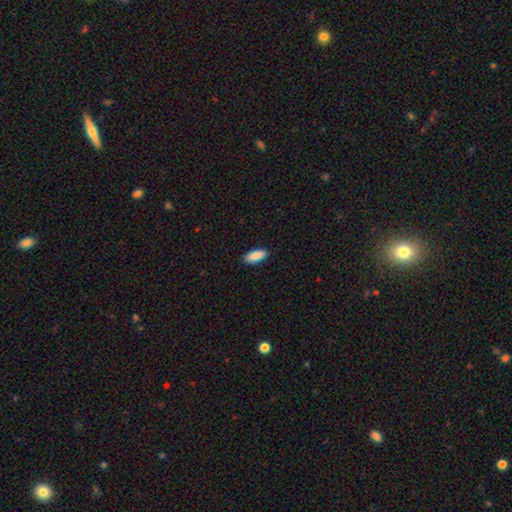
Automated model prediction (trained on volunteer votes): A smooth galaxy with no disk features (90%) that is in between round and cigar-shaped (84%). Merging: none (90%).